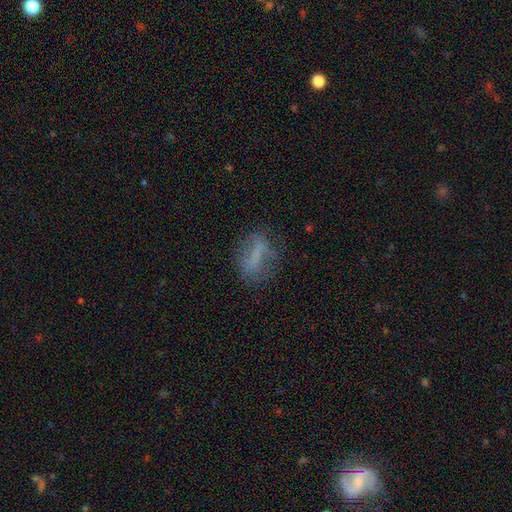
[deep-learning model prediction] Smooth or featured: smooth — 50% (featured or disk — 37%)
How rounded: in between — 54% (cigar-shaped — 32%)
Merging: none — 63% (minor disturbance — 20%)